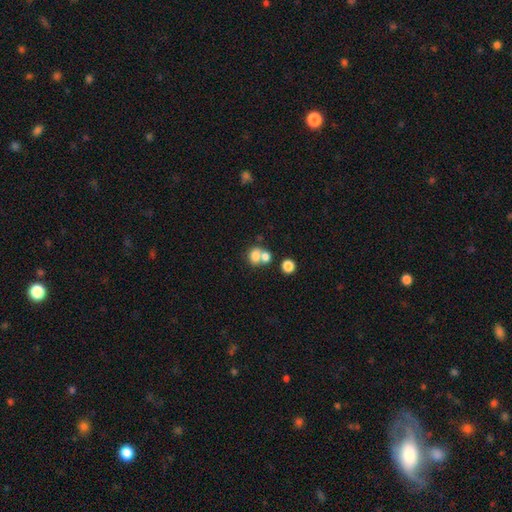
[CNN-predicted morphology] The model was most divided on "how rounded": round: 56%, in between: 43%, cigar-shaped: 1%. More confident: smooth or featured — smooth (73%); merging — merger (55%).